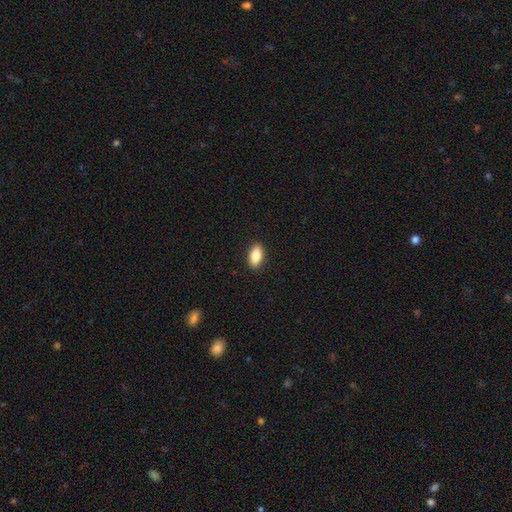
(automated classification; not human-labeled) Smooth or featured? Predicted: smooth (p=0.84). How rounded? Predicted: in between (p=0.91). Merging? Predicted: none (p=0.90).